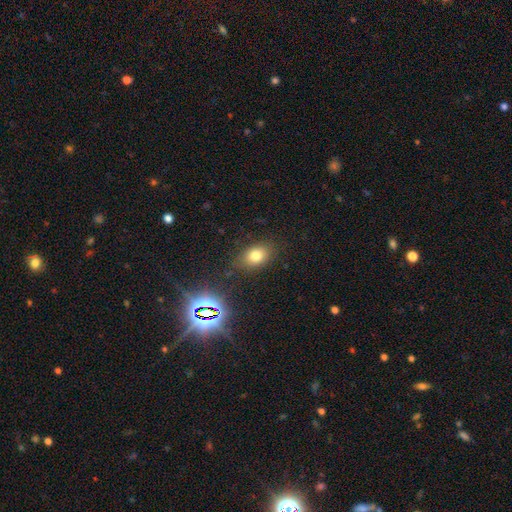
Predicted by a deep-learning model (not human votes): This appears to be a smooth galaxy with no disk features (74%) that is in between round and cigar-shaped (73%). Merging: none (81%).